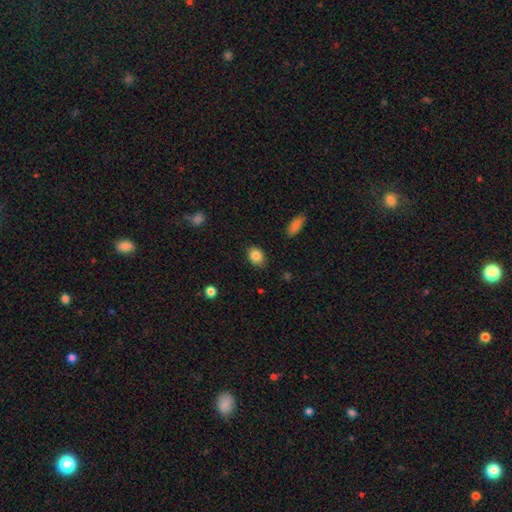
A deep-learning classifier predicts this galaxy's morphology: A smooth galaxy with no disk features (84%) that is in between round and cigar-shaped (59%). Merging: none (87%).